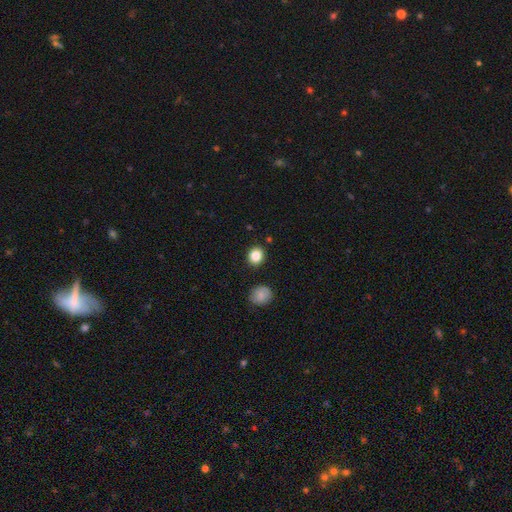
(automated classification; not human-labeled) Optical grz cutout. It shows a smooth galaxy with no disk features (85%) that is round (79%). Merging: none (90%).